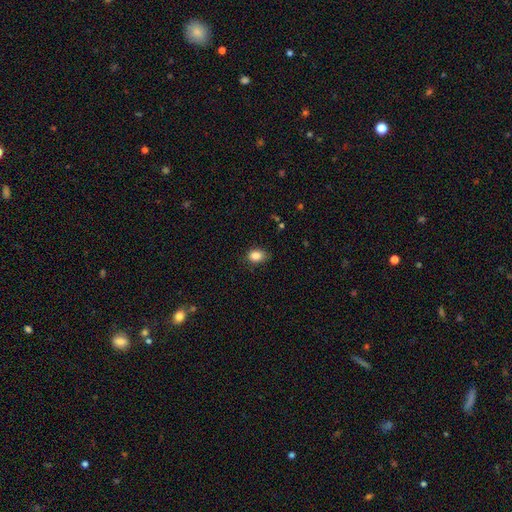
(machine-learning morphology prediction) The model was most divided on "how rounded": in between: 71%, round: 28%, cigar-shaped: 1%. More confident: smooth or featured — smooth (85%); merging — none (79%).